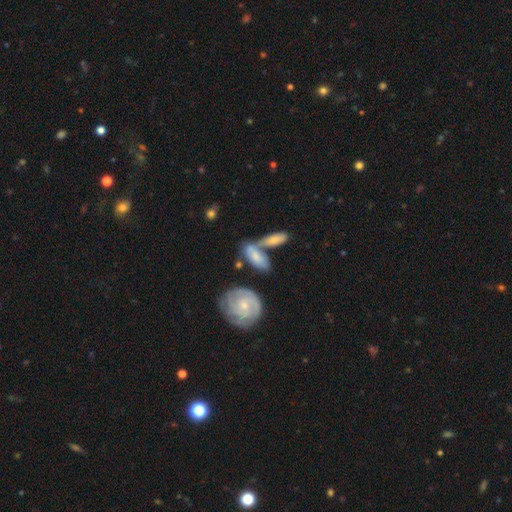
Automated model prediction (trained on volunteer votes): This appears to be a smooth galaxy with no disk features (49%). Merging: merger (44%).